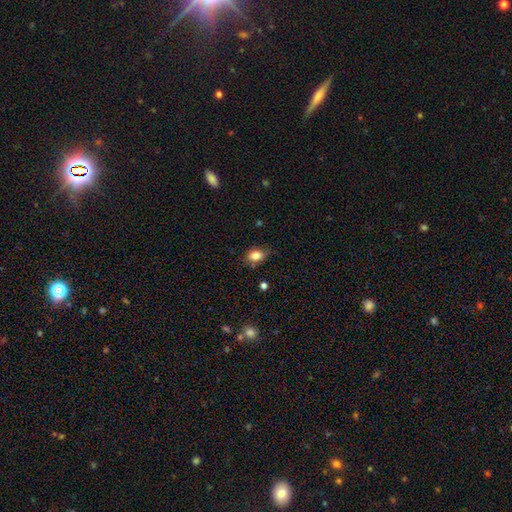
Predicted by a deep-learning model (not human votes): This appears to be a smooth galaxy with no disk features (83%) that is in between round and cigar-shaped (71%). Merging: none (67%).